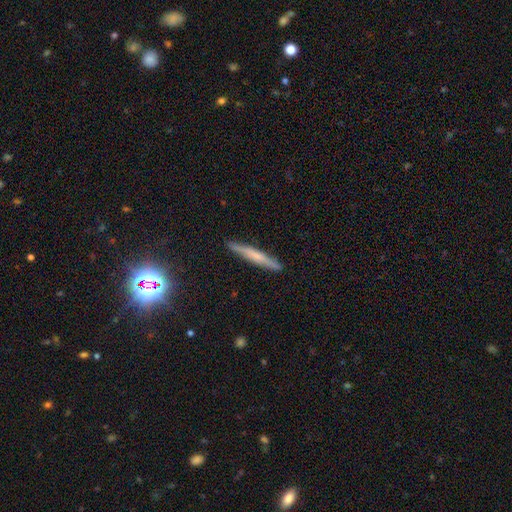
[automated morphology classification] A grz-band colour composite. It shows a smooth galaxy with no disk features (47%). Merging: none (90%).